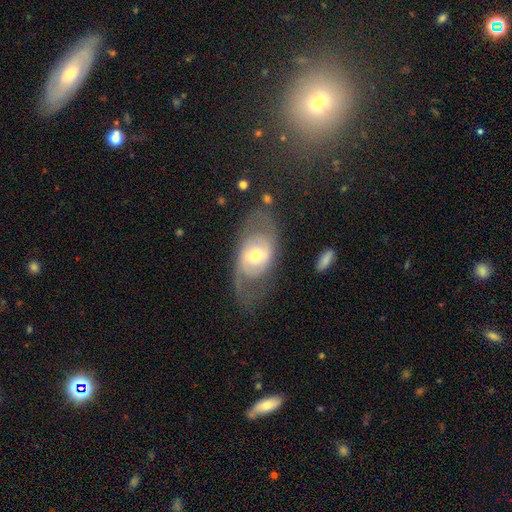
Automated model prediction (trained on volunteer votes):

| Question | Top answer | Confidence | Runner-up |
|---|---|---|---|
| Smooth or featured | featured or disk | 67% | smooth (27%) |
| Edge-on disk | no | 91% | yes (9%) |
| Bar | weak | 39% | no (38%) |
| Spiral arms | yes | 59% | no (41%) |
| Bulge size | moderate | 59% | small (31%) |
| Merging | none | 64% | minor disturbance (17%) |